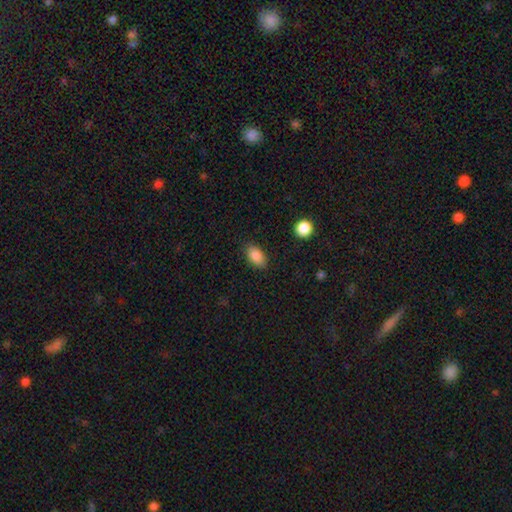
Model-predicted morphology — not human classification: Smooth or featured?
  - smooth: 87% *
  - star or artifact: 8%
  - featured or disk: 5%
How rounded?
  - in between: 91% *
  - round: 7%
  - cigar-shaped: 2%
Merging?
  - none: 85% *
  - minor disturbance: 11%
  - major disturbance: 3%
  - merger: 1%